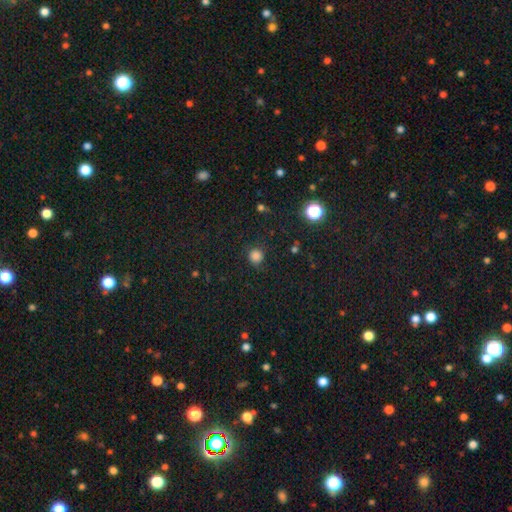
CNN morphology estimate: A smooth galaxy with no disk features (79%) that is round (89%). Merging: none (79%).